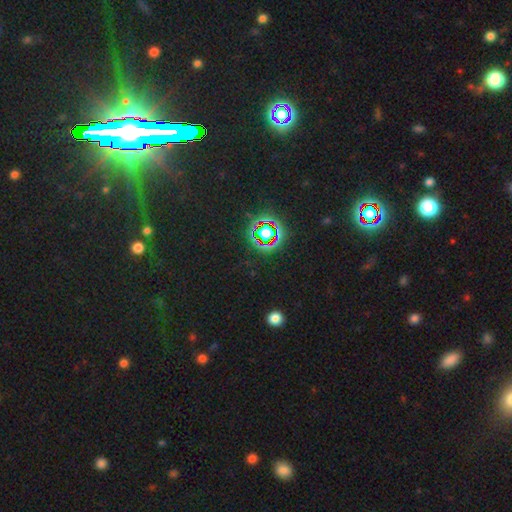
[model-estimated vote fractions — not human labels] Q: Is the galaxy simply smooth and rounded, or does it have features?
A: star or artifact — 80%.